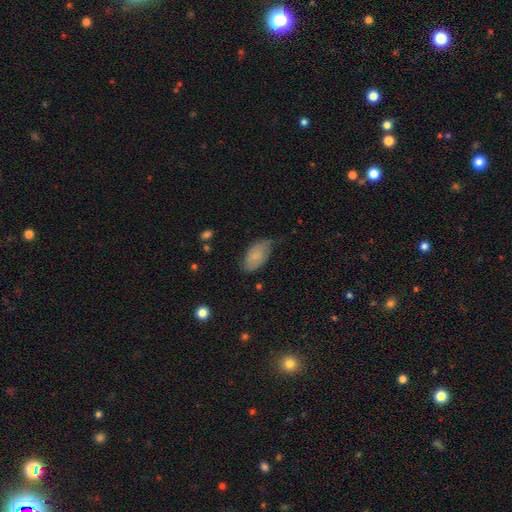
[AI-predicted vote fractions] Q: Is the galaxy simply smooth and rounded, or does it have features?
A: smooth — 75%.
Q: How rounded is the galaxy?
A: in between — 94%.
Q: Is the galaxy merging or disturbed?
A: none — 56%.